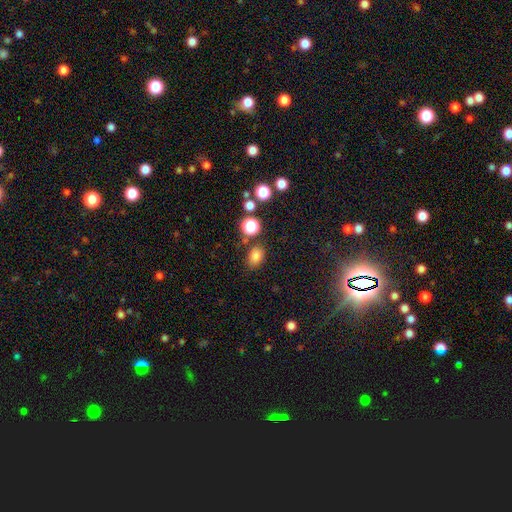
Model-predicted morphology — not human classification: A smooth galaxy with no disk features (80%) that is in between round and cigar-shaped (67%).

Vote fractions:
- Smooth or featured? smooth: 80% / star or artifact: 14% / featured or disk: 6%
- How rounded? in between: 67% / round: 32% / cigar-shaped: 1%
- Merging? none: 78% / minor disturbance: 12% / merger: 6% / major disturbance: 4%